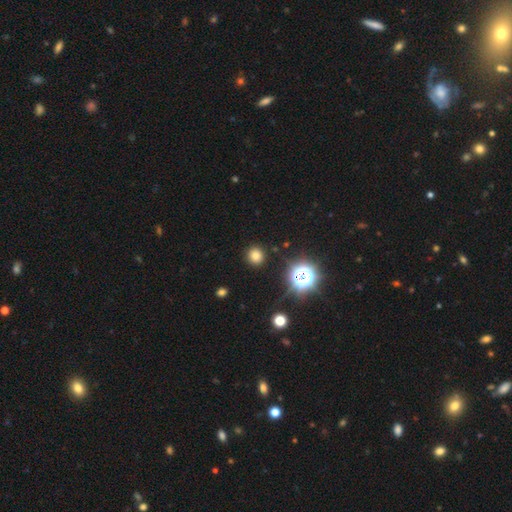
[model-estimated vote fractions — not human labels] Overall: smooth (75%). How rounded: round (91%). Merging: none (90%).